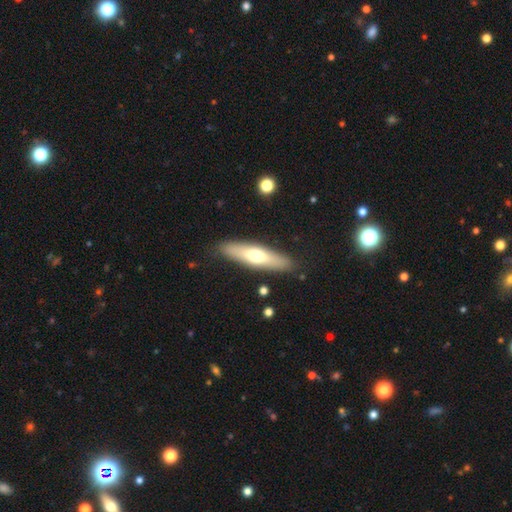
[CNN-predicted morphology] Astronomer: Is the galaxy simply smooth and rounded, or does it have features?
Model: smooth — 55% (runner-up: featured or disk, 39%).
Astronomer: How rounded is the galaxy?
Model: cigar-shaped — 67%.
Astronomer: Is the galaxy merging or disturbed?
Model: none — 87%.